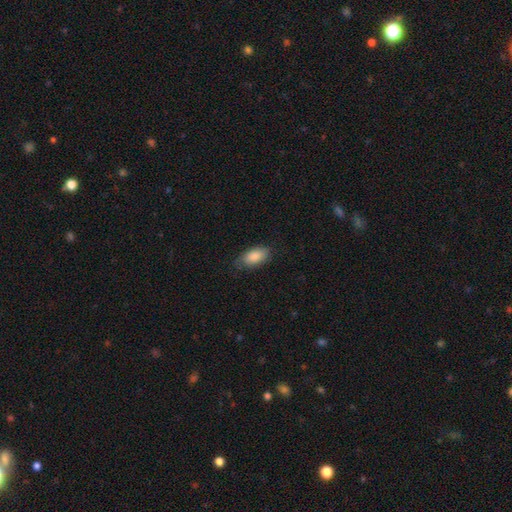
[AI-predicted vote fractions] smooth-or-featured: smooth: 86% | featured or disk: 8% | star or artifact: 6%
  how-rounded: in between: 92% | cigar-shaped: 5% | round: 3%
  merging: none: 76% | minor disturbance: 19% | major disturbance: 4% | merger: 1%